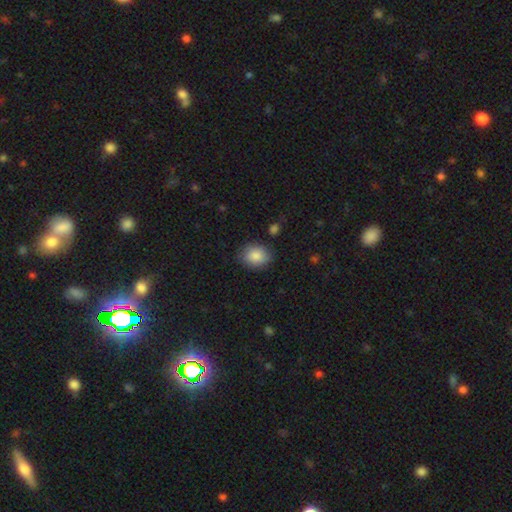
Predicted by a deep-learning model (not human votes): smooth_or_featured: smooth (p=0.86) [alt: star or artifact p=0.08]
how_rounded: in between (p=0.53) [alt: round p=0.46]
merging: none (p=0.80) [alt: minor disturbance p=0.14]